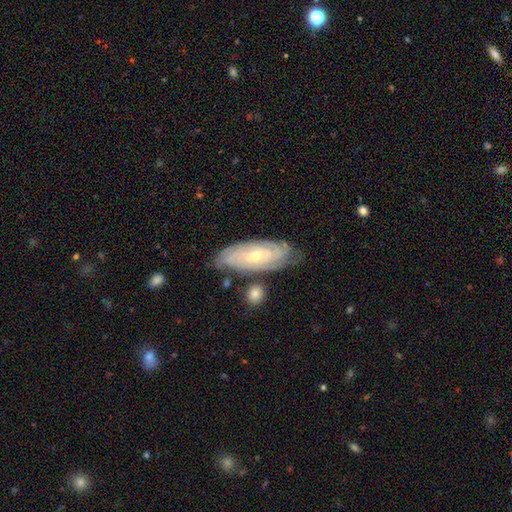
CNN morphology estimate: The model was most divided on "bar": no: 55%, weak: 34%, strong: 11%. Remaining: spiral arms — yes (93%); edge-on disk — no (89%); smooth or featured — featured or disk (79%); spiral winding — tight (78%); merging — none (73%); bulge size — small (62%); spiral arm count — can't tell (45%).